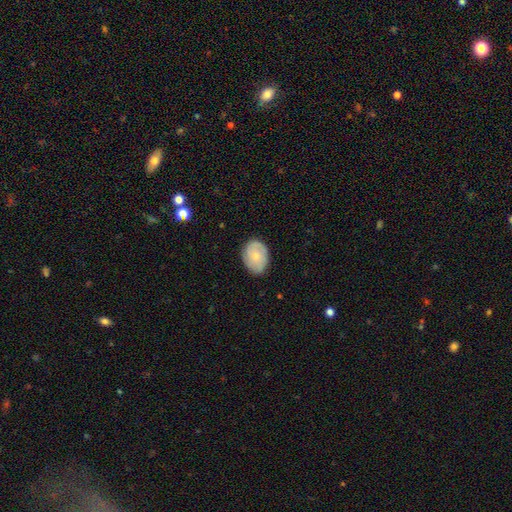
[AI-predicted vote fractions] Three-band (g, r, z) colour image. It shows a smooth galaxy with no disk features (63%) that is in between round and cigar-shaped (70%). Merging: none (80%).